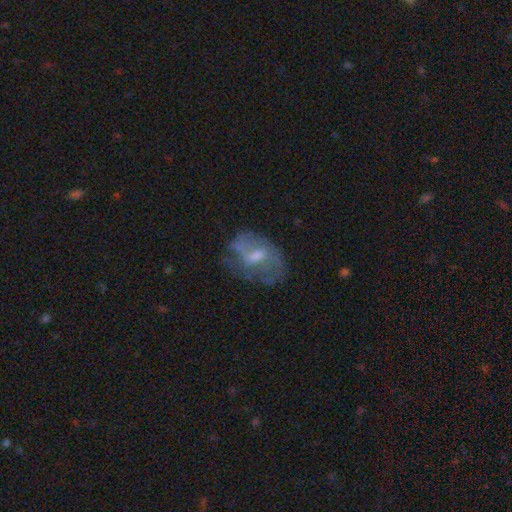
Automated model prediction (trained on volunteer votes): The model was most divided on "bulge size": moderate: 45%, small: 42%, none: 9%, large: 3%, dominant: 1%. Remaining: edge-on disk — no (96%); smooth or featured — featured or disk (62%); spiral arms — yes (62%); merging — none (53%); bar — weak (47%).